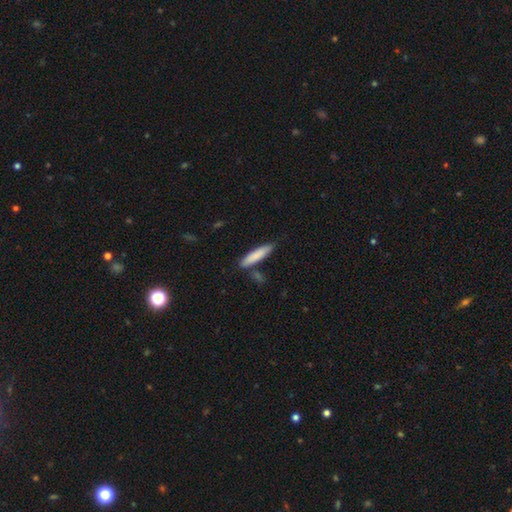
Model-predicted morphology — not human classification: Overall: smooth (83%). How rounded: cigar-shaped (82%). Merging: none (78%).